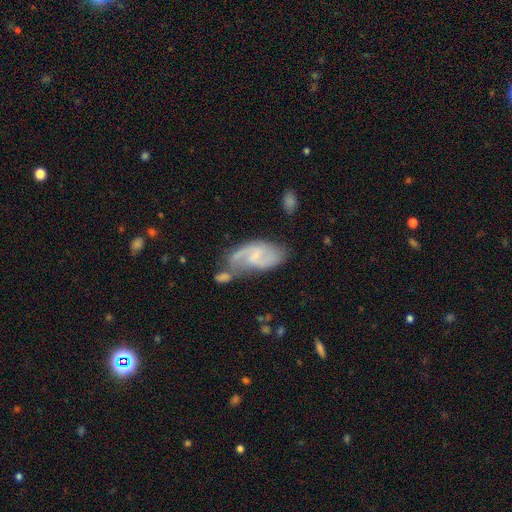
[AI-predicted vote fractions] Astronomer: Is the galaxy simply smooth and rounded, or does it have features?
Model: featured or disk — 76%.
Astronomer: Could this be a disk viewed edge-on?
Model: no — 96%.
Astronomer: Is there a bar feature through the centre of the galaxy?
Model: weak — 52% (runner-up: no, 31%).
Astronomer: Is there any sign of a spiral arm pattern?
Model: yes — 92%.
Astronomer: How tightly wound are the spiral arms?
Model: medium — 46% (runner-up: loose, 38%).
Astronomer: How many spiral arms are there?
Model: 2 — 83%.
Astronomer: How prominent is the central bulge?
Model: small — 54%.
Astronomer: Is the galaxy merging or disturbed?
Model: none — 39% (runner-up: merger, 24%).